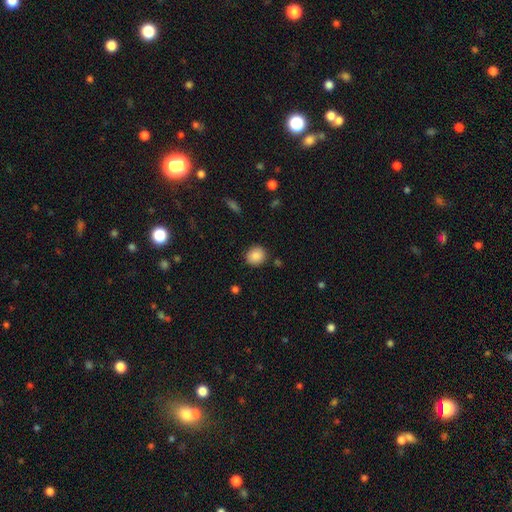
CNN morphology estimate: The model was most divided on "how rounded": round: 80%, in between: 19%, cigar-shaped: 1%. More confident: smooth or featured — smooth (88%); merging — none (87%).